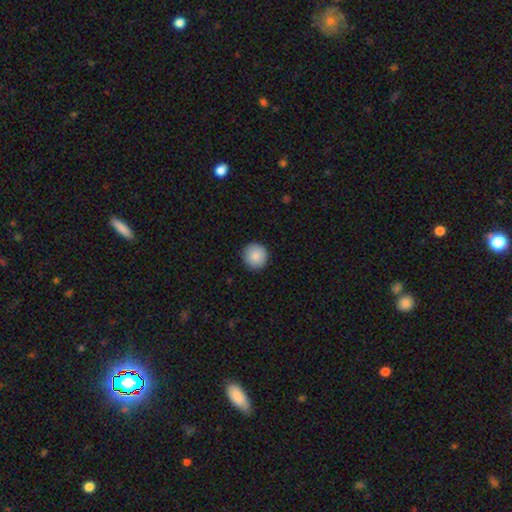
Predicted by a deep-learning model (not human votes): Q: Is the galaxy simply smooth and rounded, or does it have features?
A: smooth — 88%.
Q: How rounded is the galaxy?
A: round — 95%.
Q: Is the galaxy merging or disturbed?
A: none — 92%.